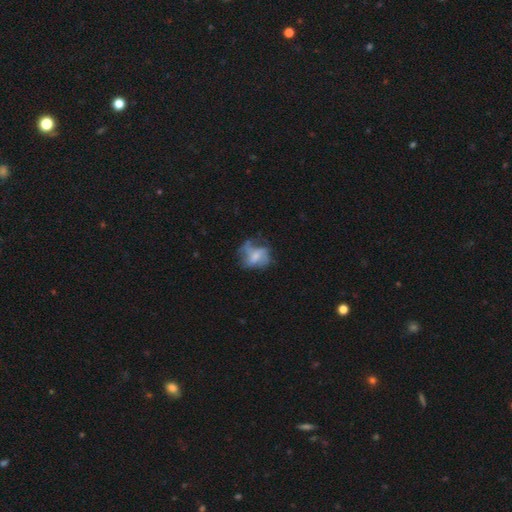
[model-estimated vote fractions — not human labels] This appears to be a featured or disk galaxy (53%) with no bar (54%), spiral arms (56%) and a small central bulge (39%). Merging: none (40%).